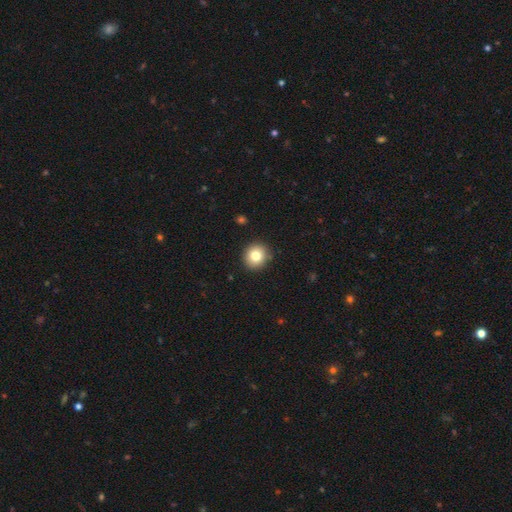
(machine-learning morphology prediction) smooth_or_featured: smooth (p=0.80) [alt: star or artifact p=0.11]
how_rounded: round (p=0.88) [alt: in between p=0.11]
merging: none (p=0.90) [alt: minor disturbance p=0.07]